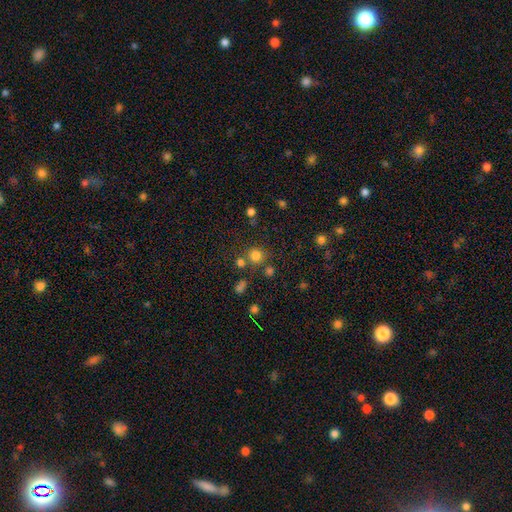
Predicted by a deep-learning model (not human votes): Smooth or featured?
  - smooth: 77% *
  - star or artifact: 17%
  - featured or disk: 6%
How rounded?
  - round: 90% *
  - in between: 9%
  - cigar-shaped: 1%
Merging?
  - none: 72% *
  - merger: 14%
  - minor disturbance: 10%
  - major disturbance: 5%